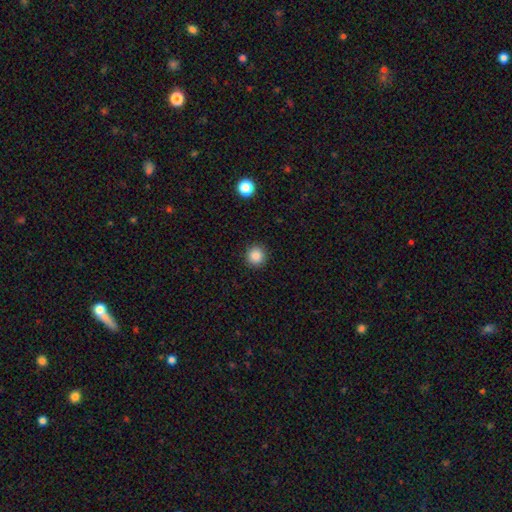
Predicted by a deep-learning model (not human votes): A smooth galaxy with no disk features (86%) that is round (94%). Merging: none (92%).